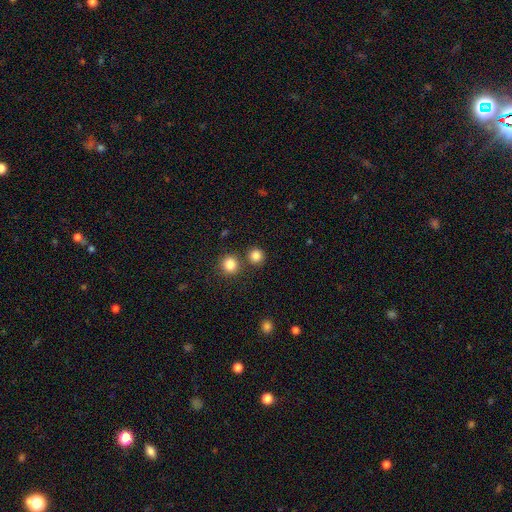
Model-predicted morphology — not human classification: The model was most divided on "merging": none: 79%, merger: 12%, minor disturbance: 6%, major disturbance: 2%. More confident: how rounded — round (93%); smooth or featured — smooth (83%).